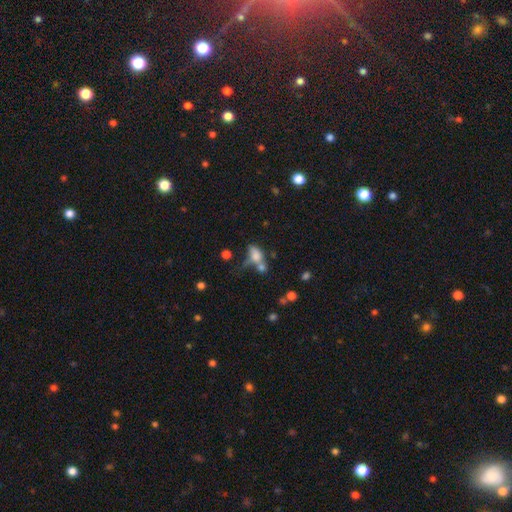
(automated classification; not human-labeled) This is likely a smooth galaxy (67%). How rounded: likely in between (74%). Merging: marginally merger (40%).